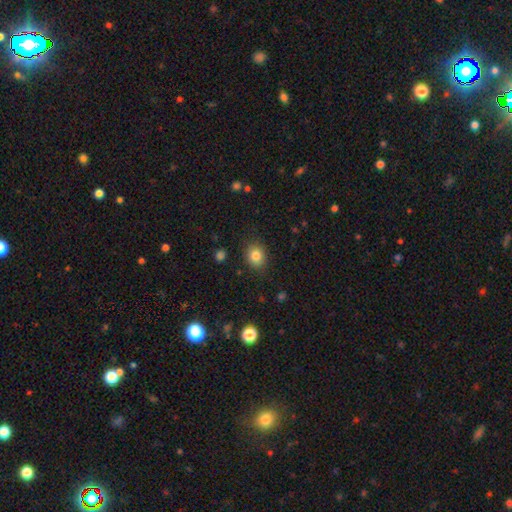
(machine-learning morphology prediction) The model was most divided on "how rounded": round: 62%, in between: 37%, cigar-shaped: 1%. More confident: merging — none (86%); smooth or featured — smooth (83%).